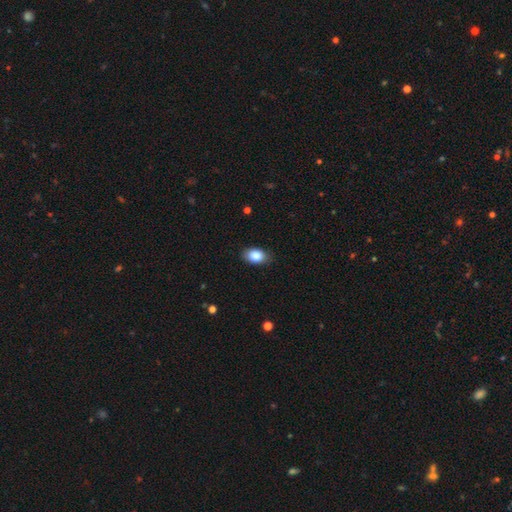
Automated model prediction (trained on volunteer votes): A smooth galaxy with no disk features (87%) that is in between round and cigar-shaped (88%). Merging: none (85%).